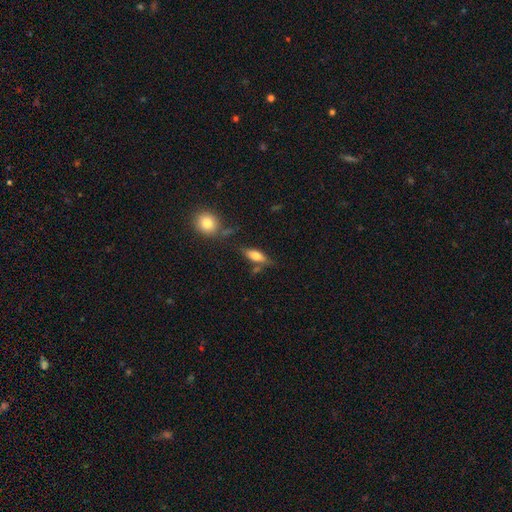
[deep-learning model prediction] Overall: smooth (70%). How rounded: in between (72%). Merging: none (64%).